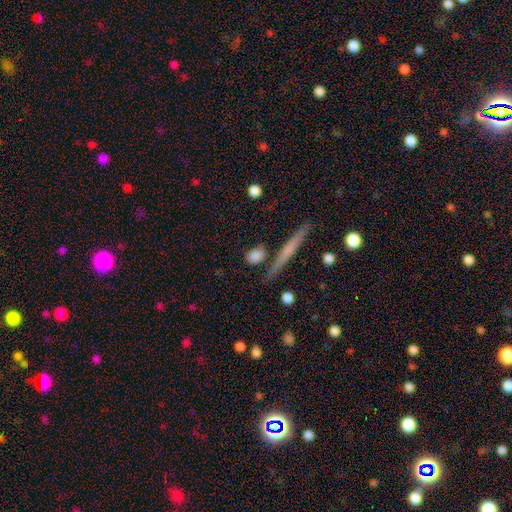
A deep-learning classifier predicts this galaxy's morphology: Overall: smooth (79%). How rounded: round (47%; in between 39%). Merging: none (74%).